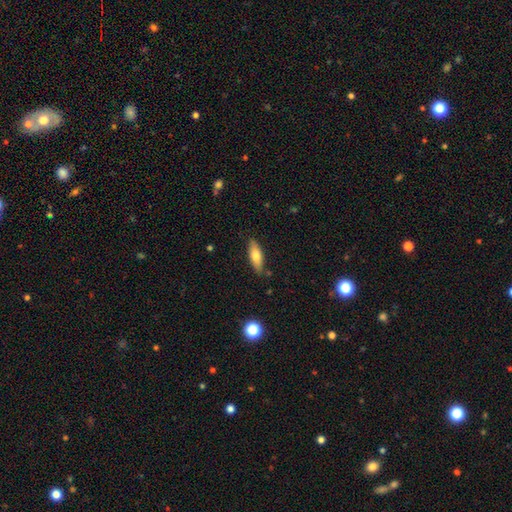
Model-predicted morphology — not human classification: smooth_or_featured: smooth (p=0.70) [alt: featured or disk p=0.23]
how_rounded: in between (p=0.61) [alt: cigar-shaped p=0.37]
merging: none (p=0.84) [alt: minor disturbance p=0.12]